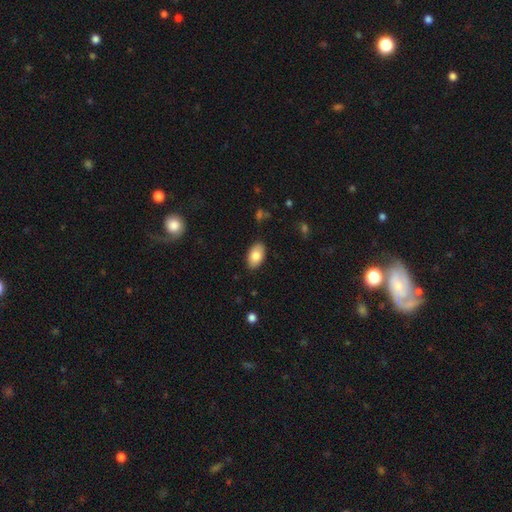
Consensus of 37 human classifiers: smooth_or_featured: smooth (p=0.70) [alt: featured or disk p=0.24]
how_rounded: in between (p=0.96) [alt: round p=0.04]
merging: none (p=0.83) [alt: minor disturbance p=0.11]